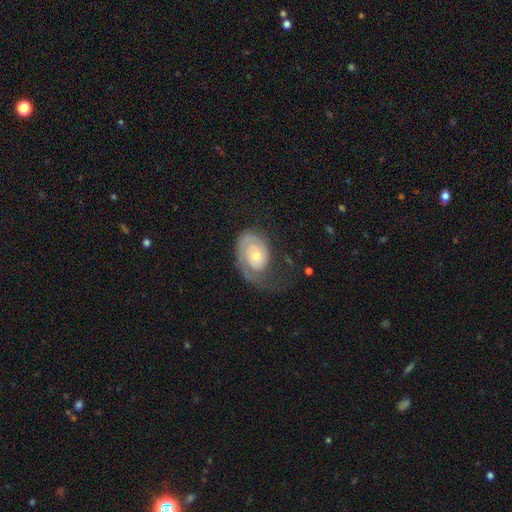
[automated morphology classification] type=featured or disk (77%); edge-on=no (96%); bar=no (78%); spiral arms=yes (90%); winding=tight (61%); arm count=1 (56%); bulge=moderate (48%); merging=none (46%).